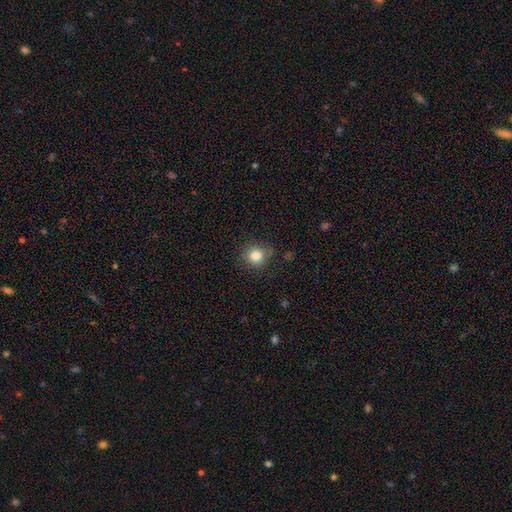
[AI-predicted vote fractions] This is clearly a smooth galaxy (84%). How rounded: clearly round (90%). Merging: clearly none (85%).